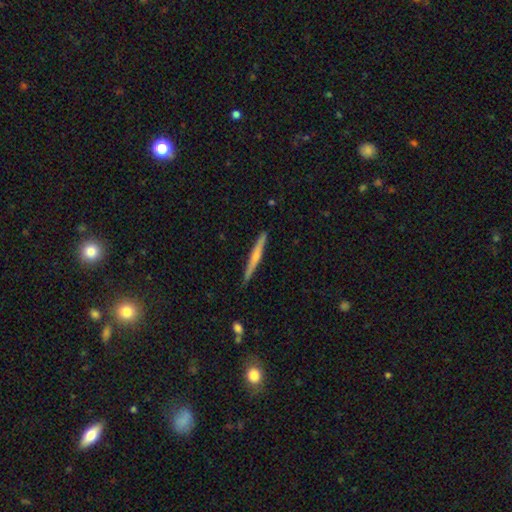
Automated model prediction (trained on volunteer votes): Overall: featured or disk (54%; smooth 40%). Edge-on disk: yes (98%). Edge-on bulge: rounded (60%; none 32%). Merging: none (89%).